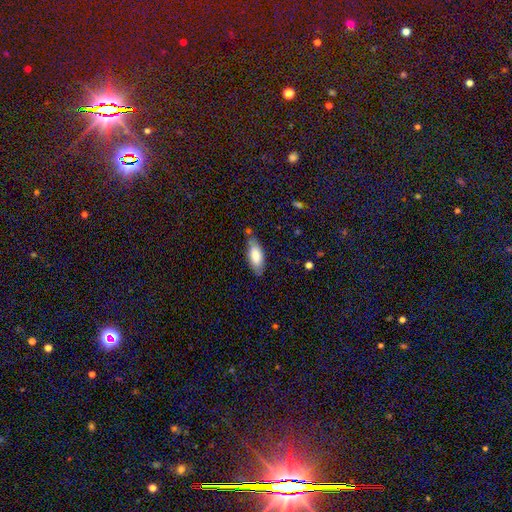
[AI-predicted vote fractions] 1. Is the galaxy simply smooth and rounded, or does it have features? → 80% smooth, 14% featured or disk, 6% star or artifact.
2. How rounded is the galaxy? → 79% in between, 20% cigar-shaped, 2% round.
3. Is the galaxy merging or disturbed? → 72% none, 21% minor disturbance, 4% major disturbance, 4% merger.